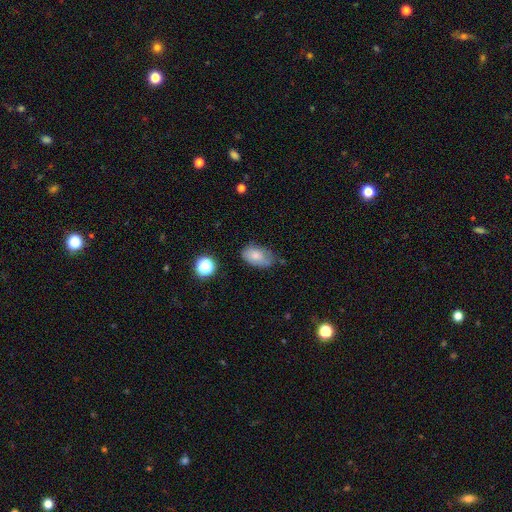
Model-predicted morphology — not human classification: Smooth or featured? Predicted: smooth (p=0.72). How rounded? Predicted: in between (p=0.90). Merging? Predicted: none (p=0.59).